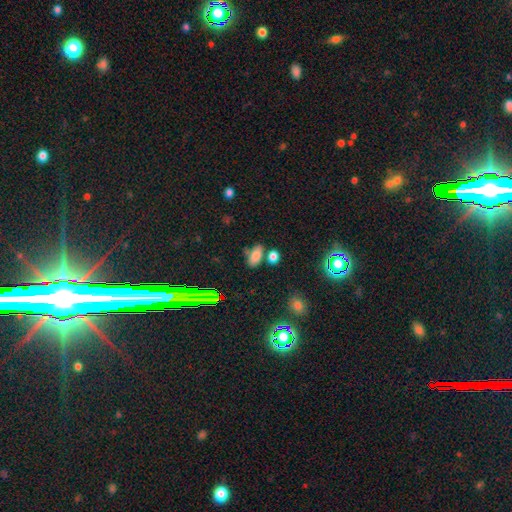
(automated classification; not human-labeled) This is likely a smooth galaxy (76%). How rounded: clearly in between (87%). Merging: likely none (64%).